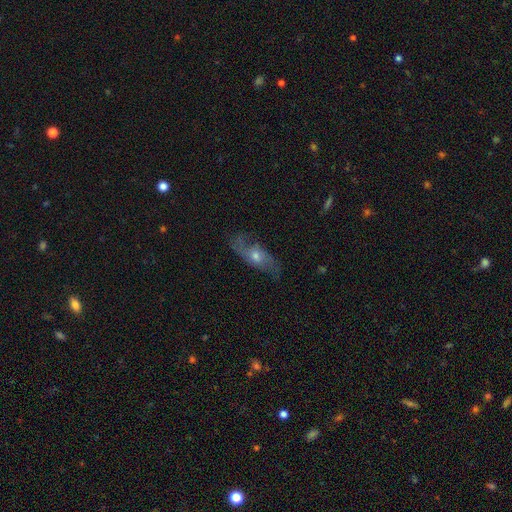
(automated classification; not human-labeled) This appears to be a featured or disk galaxy (70%) with no bar (73%), spiral arms (86%) and a moderate central bulge (61%). Merging: none (74%).